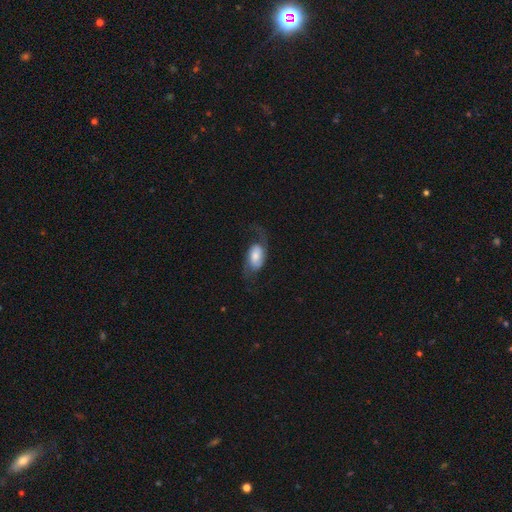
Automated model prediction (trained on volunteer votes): Morphology: type=featured or disk (61%); edge-on=no (95%); bar=no (54%); spiral arms=yes (89%); winding=loose (62%); arm count=2 (87%); bulge=moderate (40%); merging=none (56%).